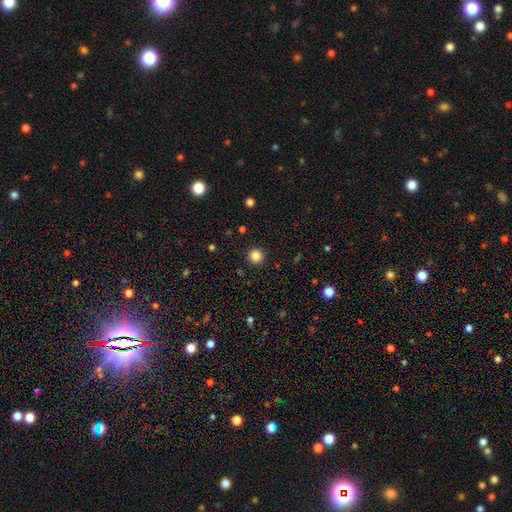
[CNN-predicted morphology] A smooth galaxy with no disk features (84%) that is round (96%).

Vote fractions:
- Smooth or featured? smooth: 84% / star or artifact: 12% / featured or disk: 4%
- How rounded? round: 96% / in between: 3% / cigar-shaped: 1%
- Merging? none: 92% / minor disturbance: 5% / major disturbance: 2% / merger: 1%